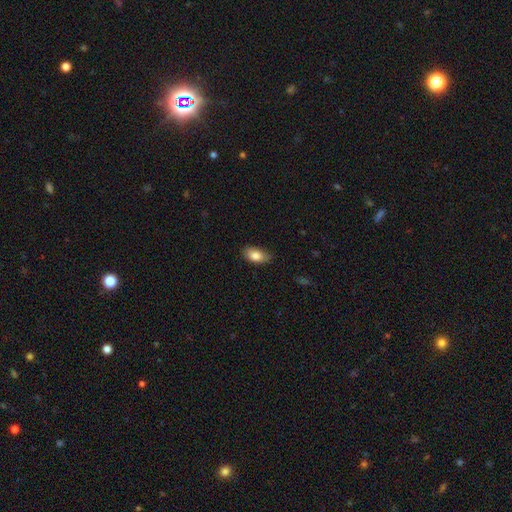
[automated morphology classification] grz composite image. It shows a smooth galaxy with no disk features (82%) that is in between round and cigar-shaped (90%). Merging: none (81%).